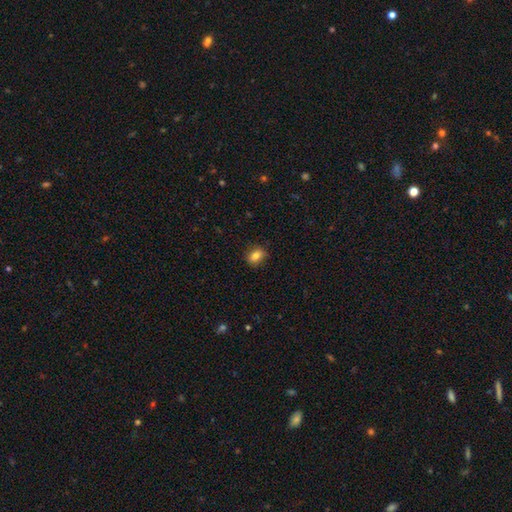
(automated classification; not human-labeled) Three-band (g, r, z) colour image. It shows a smooth galaxy with no disk features (81%) that is in between round and cigar-shaped (58%). Merging: none (85%).